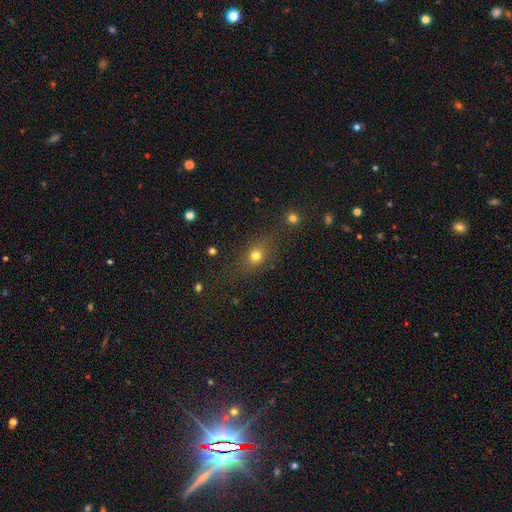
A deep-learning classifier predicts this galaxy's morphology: A smooth galaxy with no disk features (72%) that is round (56%). Merging: none (73%).